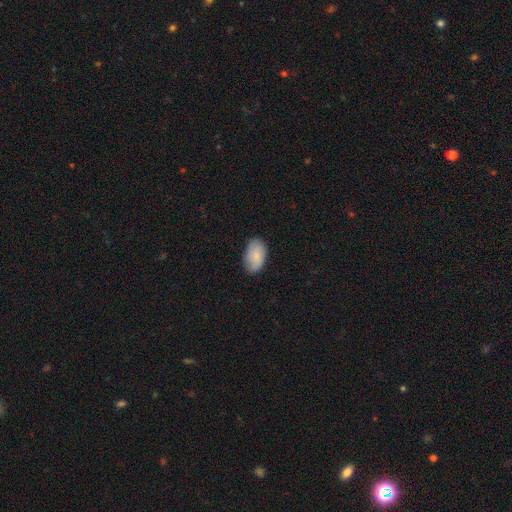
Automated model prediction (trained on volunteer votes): smooth-or-featured: smooth: 83% | featured or disk: 11% | star or artifact: 6%
  how-rounded: in between: 93% | round: 6% | cigar-shaped: 1%
  merging: none: 82% | minor disturbance: 14% | major disturbance: 3% | merger: 1%